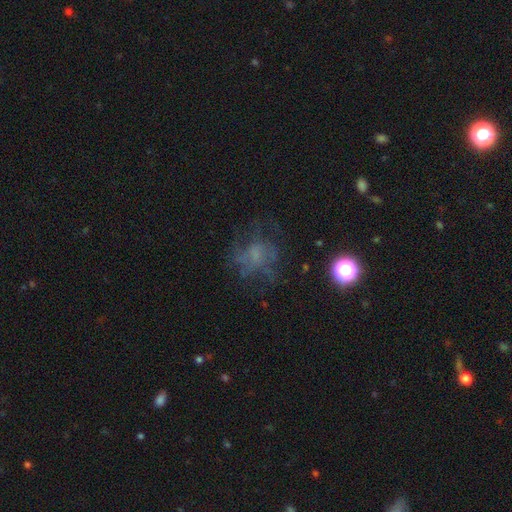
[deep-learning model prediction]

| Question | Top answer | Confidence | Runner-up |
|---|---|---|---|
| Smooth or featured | featured or disk | 44% | smooth (32%) |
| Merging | none | 56% | major disturbance (23%) |